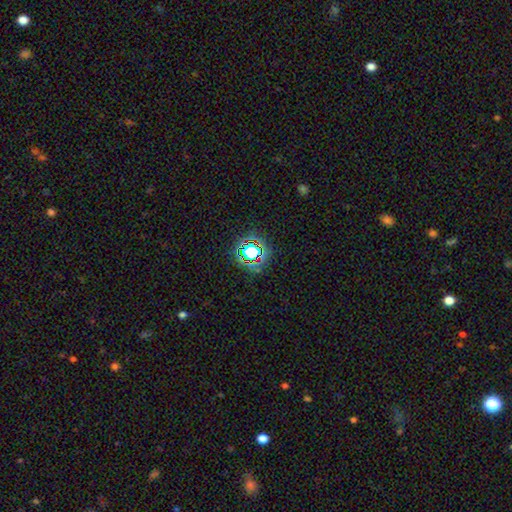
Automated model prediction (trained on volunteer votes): Smooth or featured?
  - star or artifact: 73% *
  - smooth: 18%
  - featured or disk: 9%